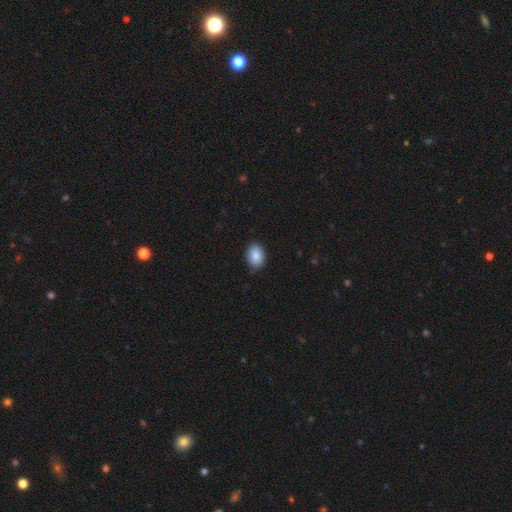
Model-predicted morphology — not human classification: type=smooth (87%); roundness=in between (75%); merging=none (85%).